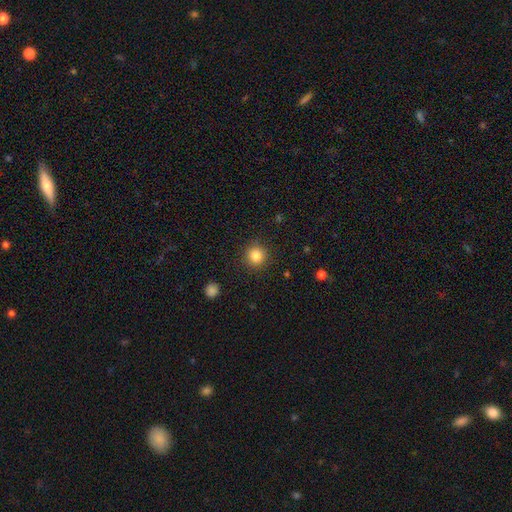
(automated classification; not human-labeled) smooth 84%, star or artifact 11%, featured or disk 5%. Down the decision tree: how rounded — round (94%); merging — none (90%).